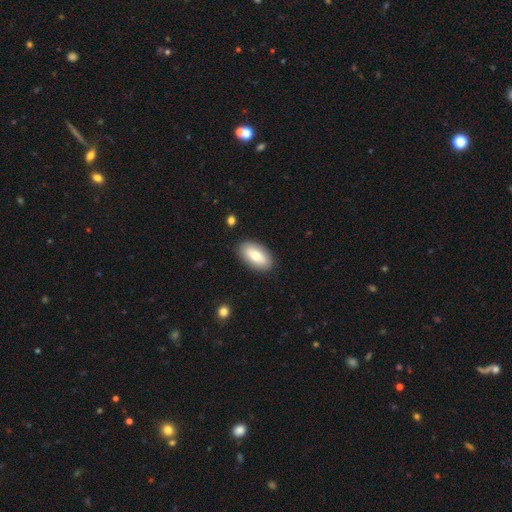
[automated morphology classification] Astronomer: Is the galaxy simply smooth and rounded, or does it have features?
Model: smooth — 71%.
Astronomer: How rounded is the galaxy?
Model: in between — 94%.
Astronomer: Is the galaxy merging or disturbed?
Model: none — 87%.